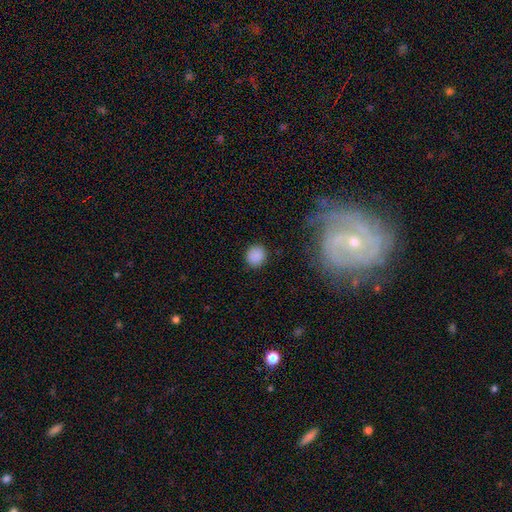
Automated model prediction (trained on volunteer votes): A smooth galaxy with no disk features (87%) that is round (87%).

Vote fractions:
- Smooth or featured? smooth: 87% / star or artifact: 10% / featured or disk: 3%
- How rounded? round: 87% / in between: 11% / cigar-shaped: 1%
- Merging? none: 88% / minor disturbance: 8% / major disturbance: 3% / merger: 1%